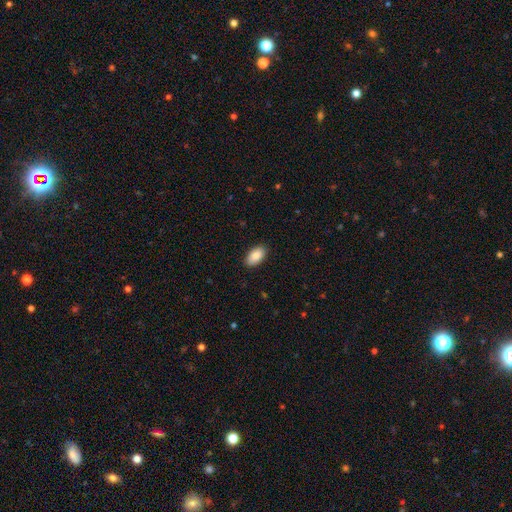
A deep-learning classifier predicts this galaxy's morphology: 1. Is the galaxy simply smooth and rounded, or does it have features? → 87% smooth, 7% star or artifact, 6% featured or disk.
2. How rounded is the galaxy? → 95% in between, 3% round, 2% cigar-shaped.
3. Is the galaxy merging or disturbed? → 90% none, 8% minor disturbance, 2% major disturbance, 1% merger.